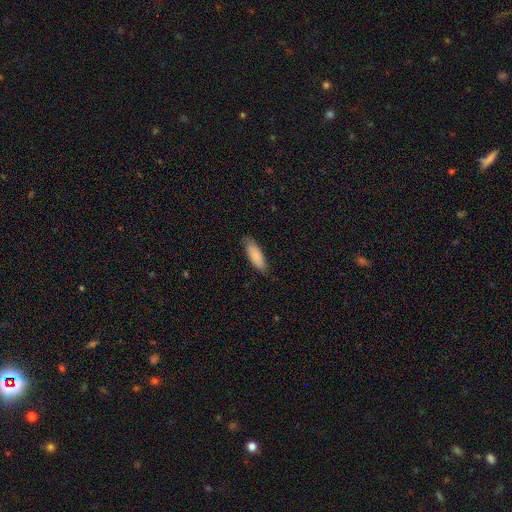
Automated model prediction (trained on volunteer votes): This appears to be a smooth galaxy with no disk features (84%) that is in between round and cigar-shaped (62%). Merging: none (77%).